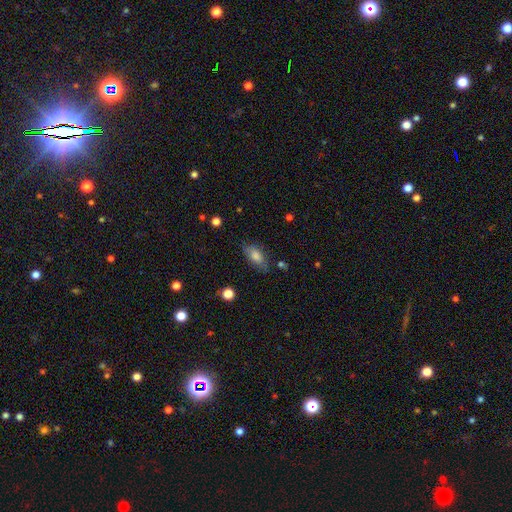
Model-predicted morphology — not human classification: This is likely a smooth galaxy (75%). How rounded: clearly in between (86%). Merging: likely none (72%).